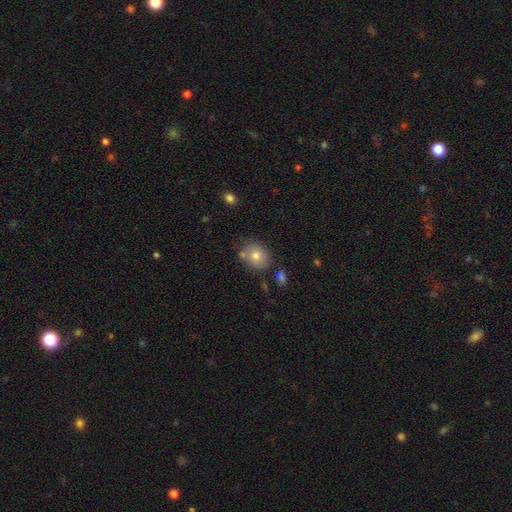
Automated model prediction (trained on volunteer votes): Smooth or featured? Predicted: smooth (p=0.76). How rounded? Predicted: round (p=0.63). Merging? Predicted: none (p=0.73).